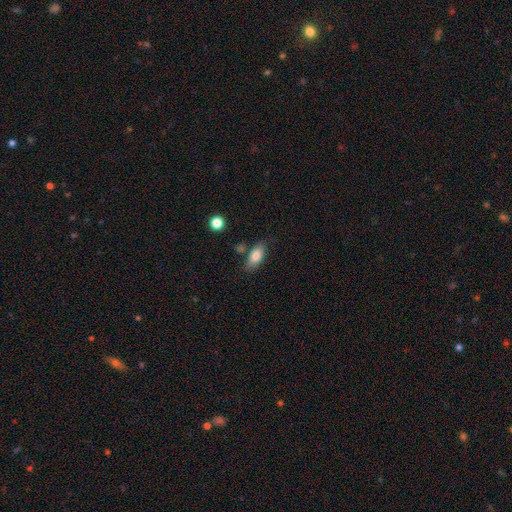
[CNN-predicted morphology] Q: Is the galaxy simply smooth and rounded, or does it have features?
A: smooth — 81%.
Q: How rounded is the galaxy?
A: in between — 87%.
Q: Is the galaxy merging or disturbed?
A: none — 74%.